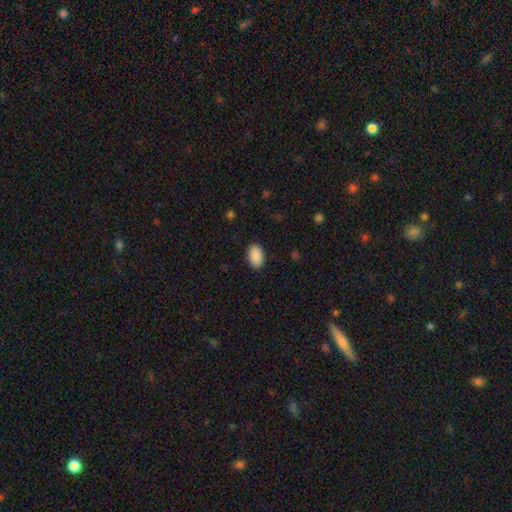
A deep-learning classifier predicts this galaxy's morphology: Smooth or featured? smooth (91%)
How rounded? in between (94%)
Merging? none (89%)